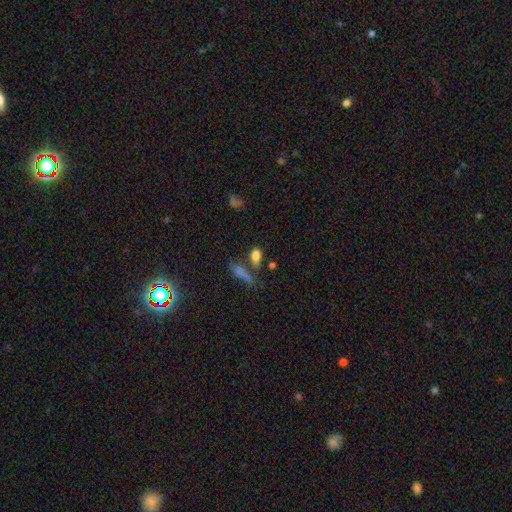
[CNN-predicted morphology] Smooth or featured: smooth — 80% (star or artifact — 11%)
How rounded: in between — 75% (cigar-shaped — 14%)
Merging: none — 55% (merger — 24%)